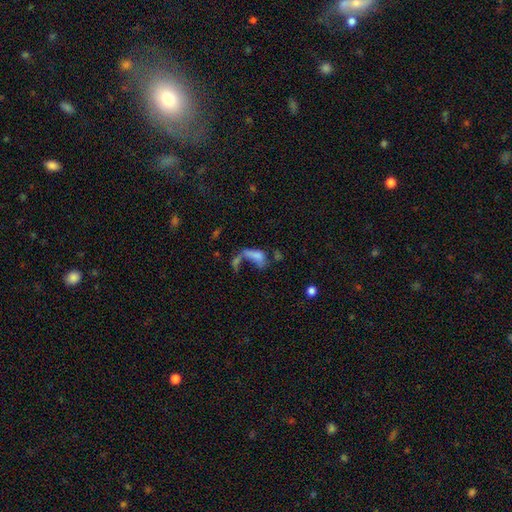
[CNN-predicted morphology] smooth_or_featured: smooth (p=0.57) [alt: featured or disk p=0.28]
how_rounded: in between (p=0.76) [alt: cigar-shaped p=0.16]
merging: merger (p=0.40) [alt: major disturbance p=0.33]